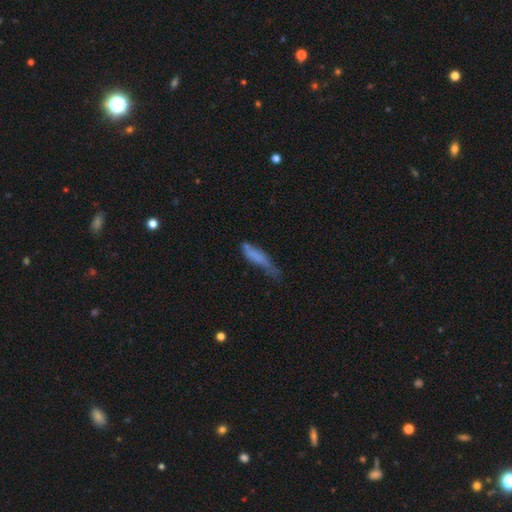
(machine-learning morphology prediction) type=smooth (65%); roundness=cigar-shaped (73%); merging=minor disturbance (33%).